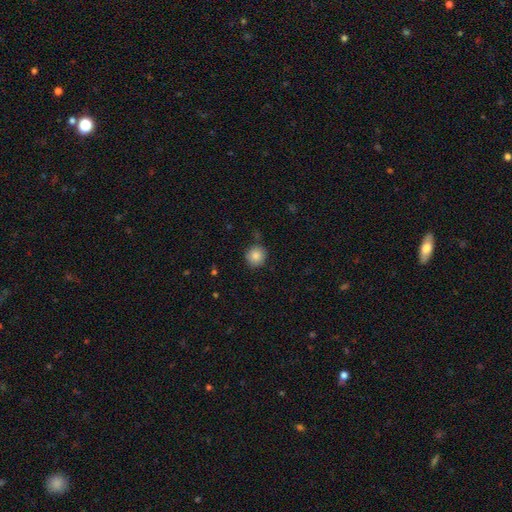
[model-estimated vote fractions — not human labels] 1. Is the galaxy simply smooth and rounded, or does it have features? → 86% smooth, 9% star or artifact, 5% featured or disk.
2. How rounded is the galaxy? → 92% round, 7% in between, 1% cigar-shaped.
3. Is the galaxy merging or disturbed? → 82% none, 13% minor disturbance, 3% merger, 3% major disturbance.